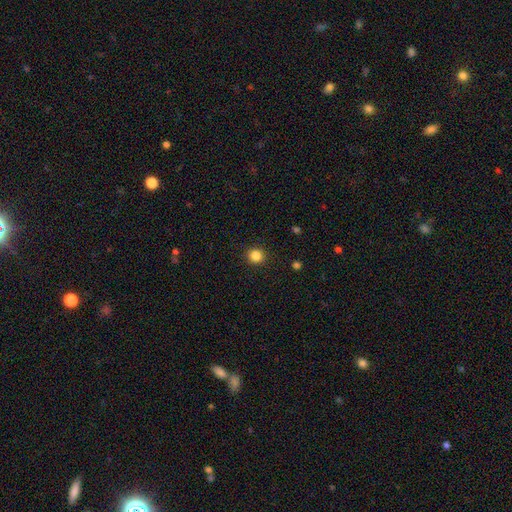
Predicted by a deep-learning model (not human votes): smooth 85%, star or artifact 12%, featured or disk 4%. Down the decision tree: how rounded — round (92%); merging — none (92%).